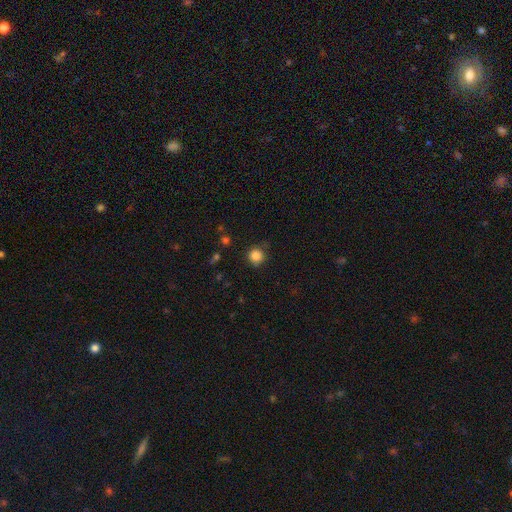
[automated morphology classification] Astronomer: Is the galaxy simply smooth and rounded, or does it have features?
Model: smooth — 85%.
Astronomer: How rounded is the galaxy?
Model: round — 93%.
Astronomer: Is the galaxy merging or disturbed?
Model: none — 81%.